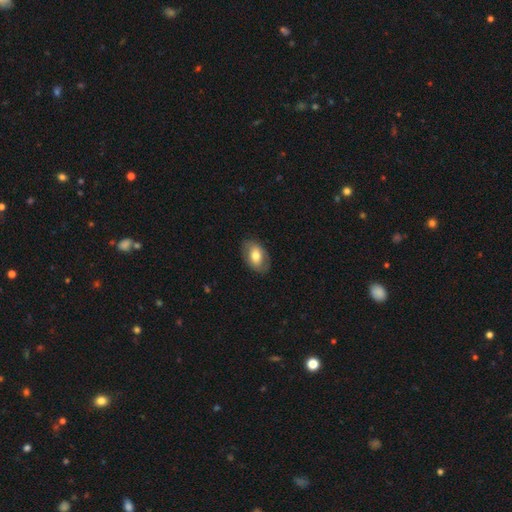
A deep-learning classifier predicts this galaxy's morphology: Smooth or featured? smooth (66%)
How rounded? in between (88%)
Merging? none (83%)